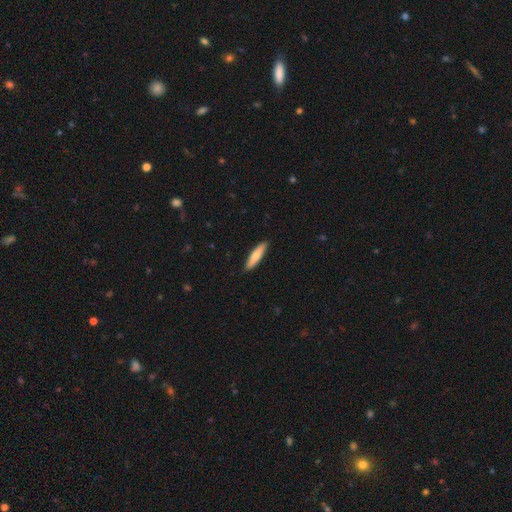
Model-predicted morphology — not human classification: Smooth or featured? Predicted: smooth (p=0.71). How rounded? Predicted: cigar-shaped (p=0.81). Merging? Predicted: none (p=0.89).